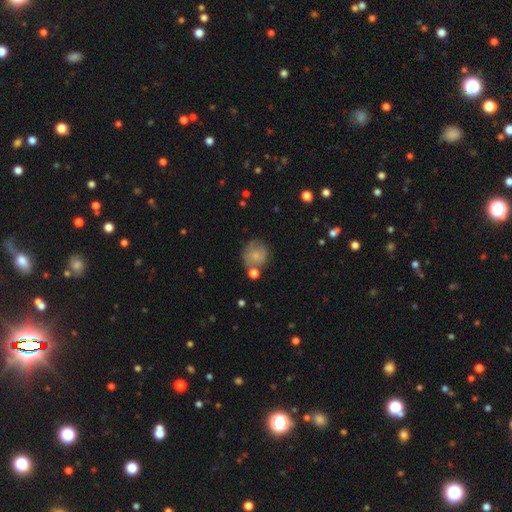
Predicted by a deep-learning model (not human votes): Smooth or featured? Predicted: smooth (p=0.75). How rounded? Predicted: round (p=0.87). Merging? Predicted: none (p=0.61).